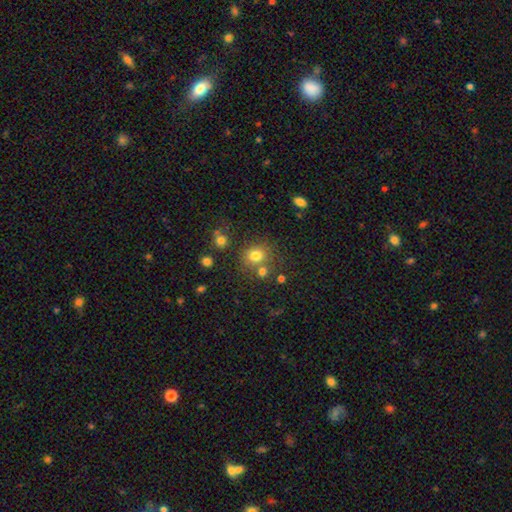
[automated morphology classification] A smooth galaxy with no disk features (76%) that is round (81%). Merging: none (65%).